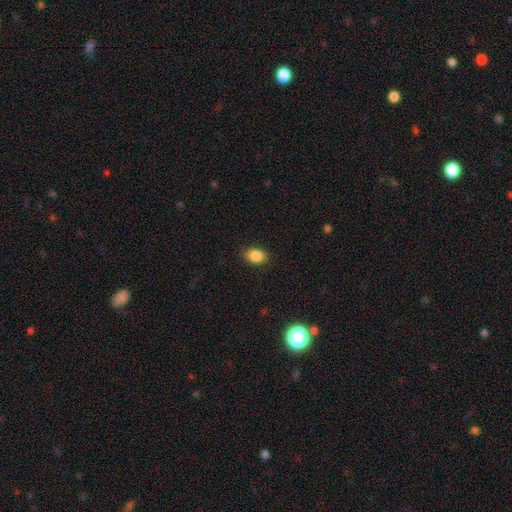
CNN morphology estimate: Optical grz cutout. It shows a smooth galaxy with no disk features (87%) that is in between round and cigar-shaped (68%). Merging: none (87%).